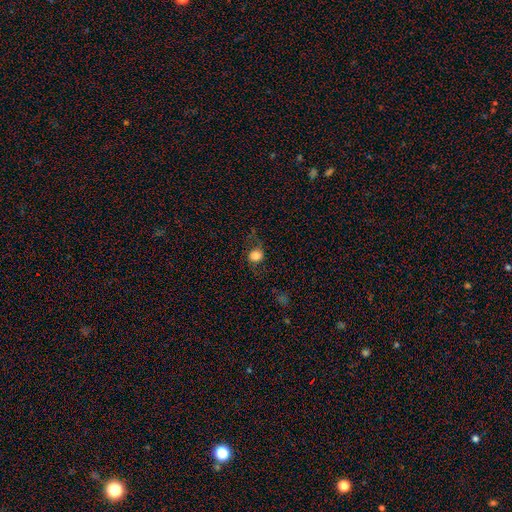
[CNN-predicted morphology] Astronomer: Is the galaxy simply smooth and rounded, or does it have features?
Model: smooth — 69%.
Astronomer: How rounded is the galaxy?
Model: round — 79%.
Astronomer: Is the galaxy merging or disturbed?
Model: none — 65%.